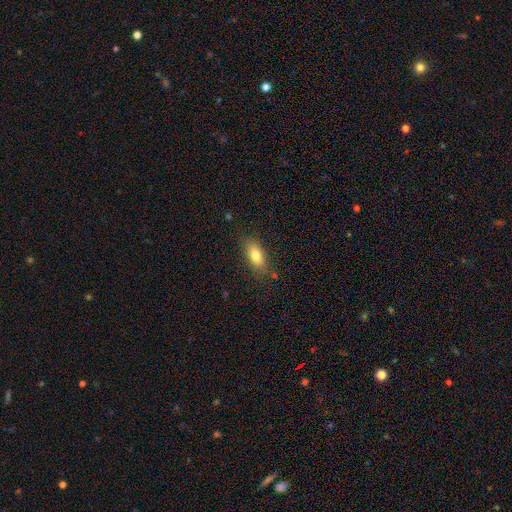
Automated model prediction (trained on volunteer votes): Q: Smooth or featured?
A: smooth (78%); runner-up: featured or disk (13%)
Q: How rounded?
A: in between (84%); runner-up: cigar-shaped (11%)
Q: Merging?
A: none (80%); runner-up: minor disturbance (14%)